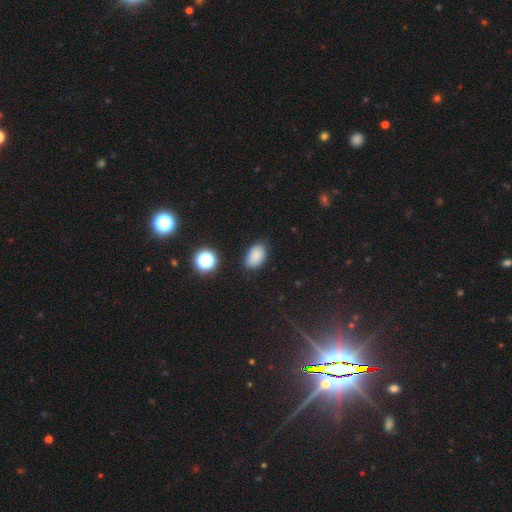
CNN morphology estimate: smooth_or_featured: smooth (p=0.82) [alt: star or artifact p=0.12]
how_rounded: in between (p=0.88) [alt: round p=0.11]
merging: none (p=0.73) [alt: minor disturbance p=0.20]